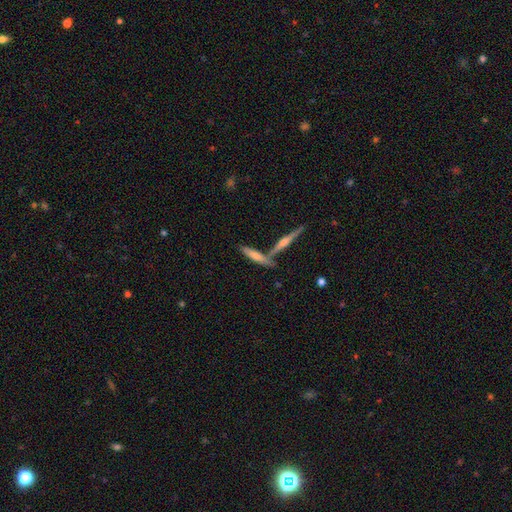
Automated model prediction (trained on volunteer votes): smooth_or_featured: smooth (p=0.51) [alt: featured or disk p=0.41]
how_rounded: cigar-shaped (p=0.77) [alt: in between p=0.21]
merging: none (p=0.57) [alt: merger p=0.29]